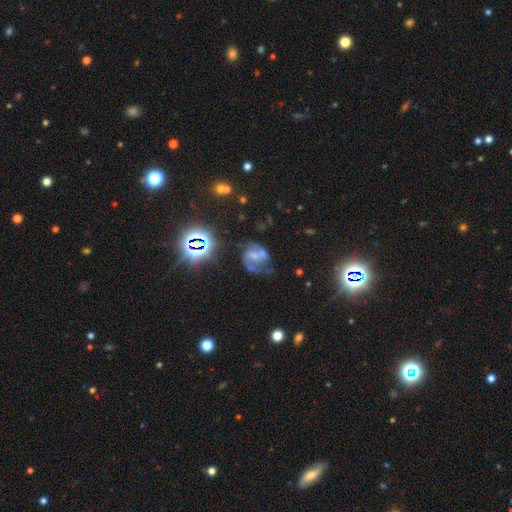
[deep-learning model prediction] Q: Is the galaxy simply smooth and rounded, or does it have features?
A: featured or disk — 61%.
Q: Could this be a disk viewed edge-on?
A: no — 97%.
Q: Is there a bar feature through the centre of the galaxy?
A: no — 40%.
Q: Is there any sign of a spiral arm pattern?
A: yes — 77%.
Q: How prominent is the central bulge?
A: none — 37%.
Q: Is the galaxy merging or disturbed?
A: none — 41%.